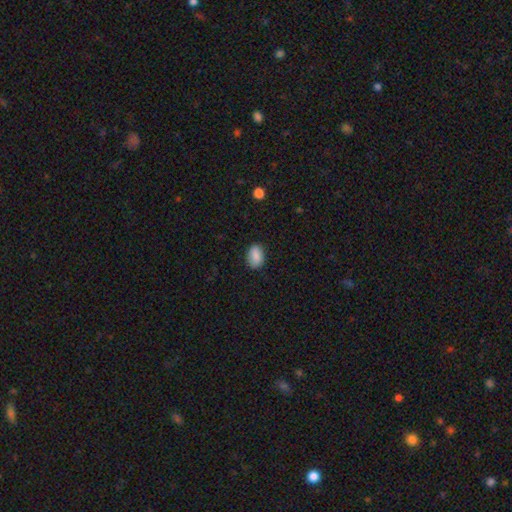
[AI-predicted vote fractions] Smooth or featured? Predicted: smooth (p=0.86). How rounded? Predicted: in between (p=0.84). Merging? Predicted: none (p=0.85).